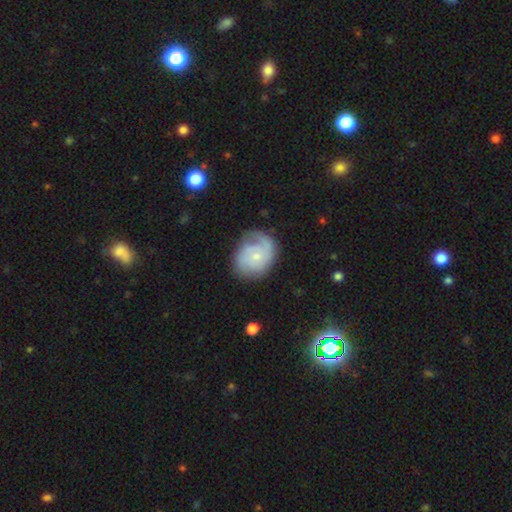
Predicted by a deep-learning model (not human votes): Smooth or featured?
  - featured or disk: 65% *
  - smooth: 28%
  - star or artifact: 6%
Edge-on disk?
  - no: 98% *
  - yes: 2%
Bar?
  - no: 71% *
  - weak: 26%
  - strong: 3%
Spiral arms?
  - yes: 88% *
  - no: 12%
Spiral winding?
  - tight: 46% *
  - medium: 36%
  - loose: 18%
Spiral arm count?
  - 2: 36% *
  - 1: 26%
  - can't tell: 25%
  - 3: 8%
  - 4: 2%
  - more than 4: 2%
Bulge size?
  - small: 67% *
  - moderate: 25%
  - none: 5%
  - large: 2%
  - dominant: 1%
Merging?
  - none: 59% *
  - minor disturbance: 24%
  - major disturbance: 14%
  - merger: 2%